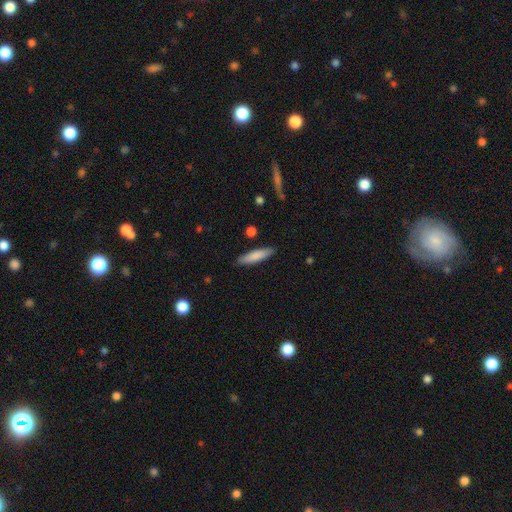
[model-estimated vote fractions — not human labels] This appears to be a smooth galaxy with no disk features (82%) that is cigar-shaped (78%). Merging: none (88%).